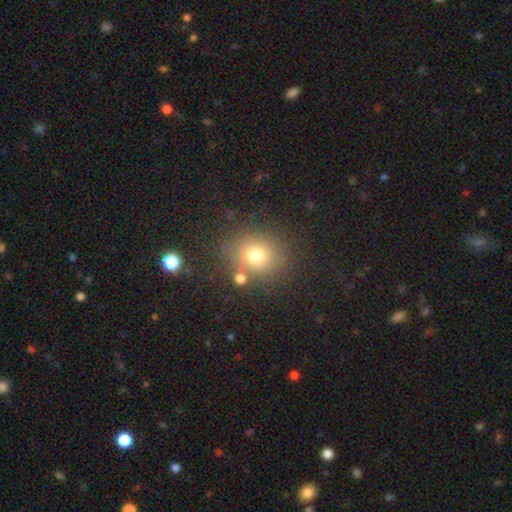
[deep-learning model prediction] smooth_or_featured: smooth (p=0.74) [alt: star or artifact p=0.16]
how_rounded: round (p=0.81) [alt: in between p=0.18]
merging: none (p=0.77) [alt: minor disturbance p=0.11]